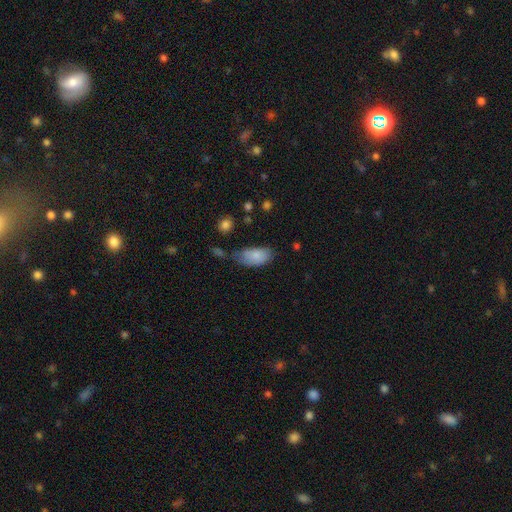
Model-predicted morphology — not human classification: This is clearly a smooth galaxy (82%). How rounded: clearly in between (93%). Merging: possibly none (47%).